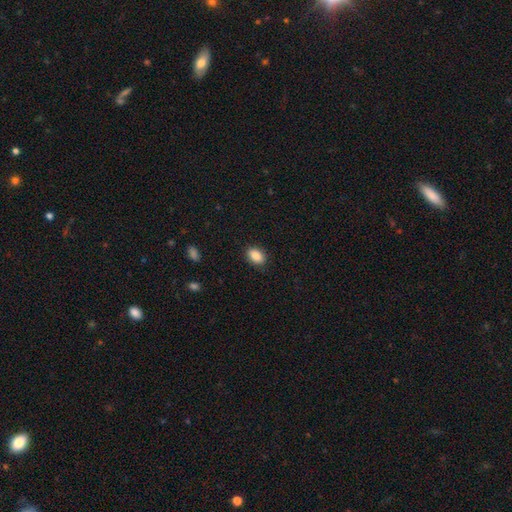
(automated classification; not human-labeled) Smooth or featured: smooth — 88% (star or artifact — 8%)
How rounded: in between — 83% (round — 16%)
Merging: none — 87% (minor disturbance — 9%)